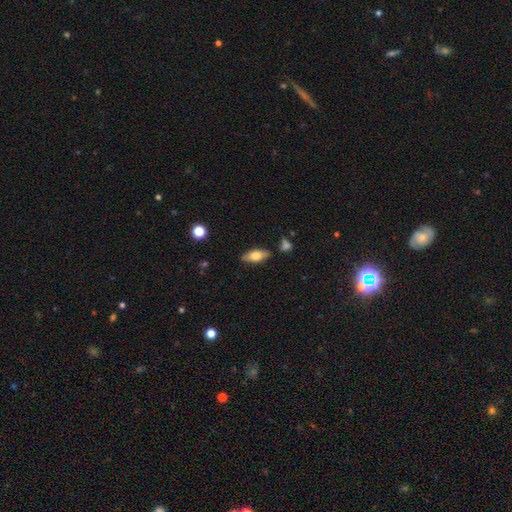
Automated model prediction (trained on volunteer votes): Q: Smooth or featured?
A: smooth (66%); runner-up: featured or disk (27%)
Q: How rounded?
A: in between (80%); runner-up: cigar-shaped (17%)
Q: Merging?
A: none (81%); runner-up: minor disturbance (12%)